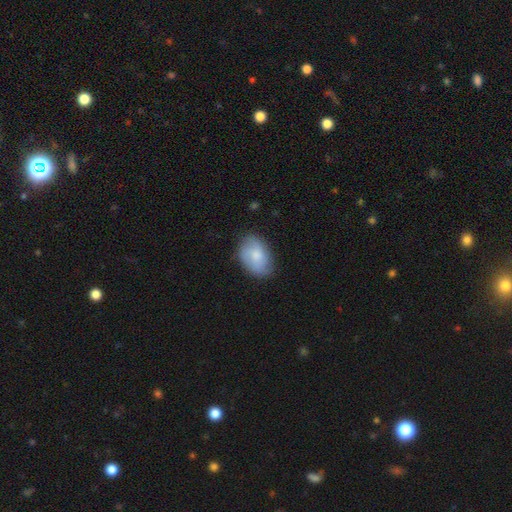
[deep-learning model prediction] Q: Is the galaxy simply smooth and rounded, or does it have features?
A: smooth — 72%.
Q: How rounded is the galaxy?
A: in between — 84%.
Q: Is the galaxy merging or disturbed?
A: none — 75%.